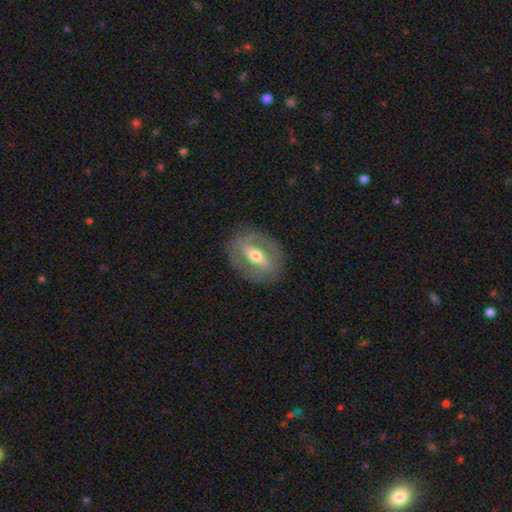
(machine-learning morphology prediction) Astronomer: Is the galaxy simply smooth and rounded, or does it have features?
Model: featured or disk — 76%.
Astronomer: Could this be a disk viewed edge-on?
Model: no — 88%.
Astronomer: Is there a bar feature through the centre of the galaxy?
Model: strong — 59%.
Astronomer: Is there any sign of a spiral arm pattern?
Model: yes — 60% (runner-up: no, 40%).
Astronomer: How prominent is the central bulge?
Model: moderate — 69%.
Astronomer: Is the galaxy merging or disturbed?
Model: none — 82%.